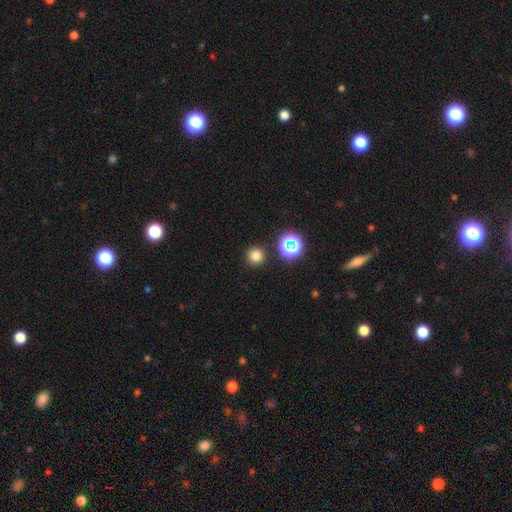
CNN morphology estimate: A smooth galaxy with no disk features (76%) that is round (95%).

Vote fractions:
- Smooth or featured? smooth: 76% / star or artifact: 18% / featured or disk: 5%
- How rounded? round: 95% / in between: 4% / cigar-shaped: 1%
- Merging? none: 90% / minor disturbance: 5% / merger: 3% / major disturbance: 2%